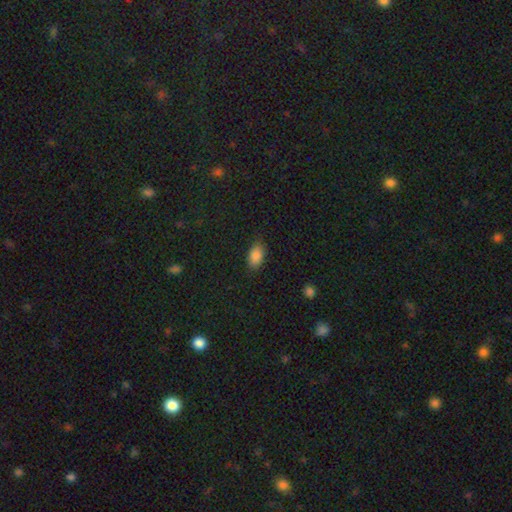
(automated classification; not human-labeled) This appears to be a smooth galaxy with no disk features (86%) that is in between round and cigar-shaped (91%). Merging: none (81%).